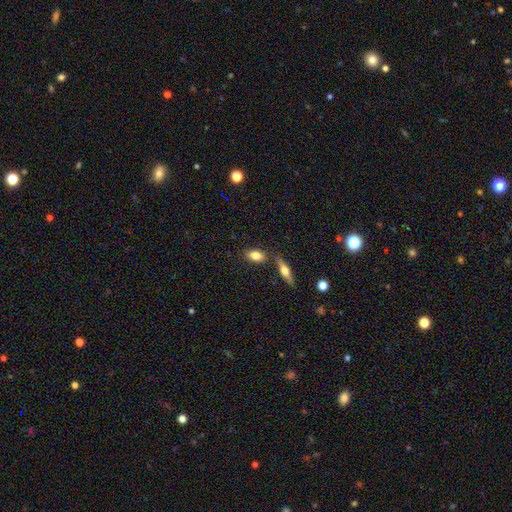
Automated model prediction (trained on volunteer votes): Morphology: type=smooth (77%); roundness=in between (84%); merging=none (74%).